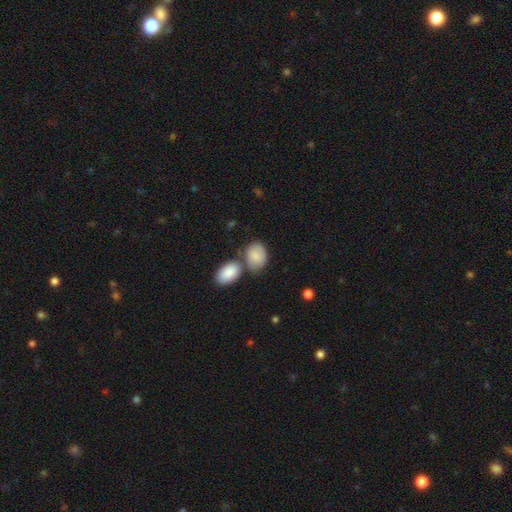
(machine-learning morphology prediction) smooth_or_featured: smooth (p=0.85) [alt: featured or disk p=0.09]
how_rounded: in between (p=0.77) [alt: round p=0.21]
merging: none (p=0.48) [alt: merger p=0.32]